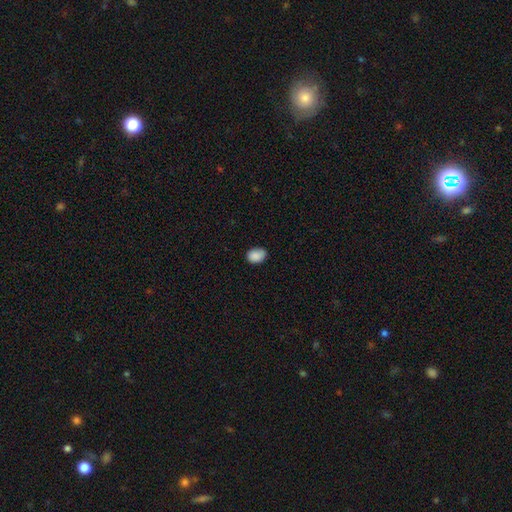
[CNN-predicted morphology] This appears to be a smooth galaxy with no disk features (88%) that is in between round and cigar-shaped (70%). Merging: none (78%).